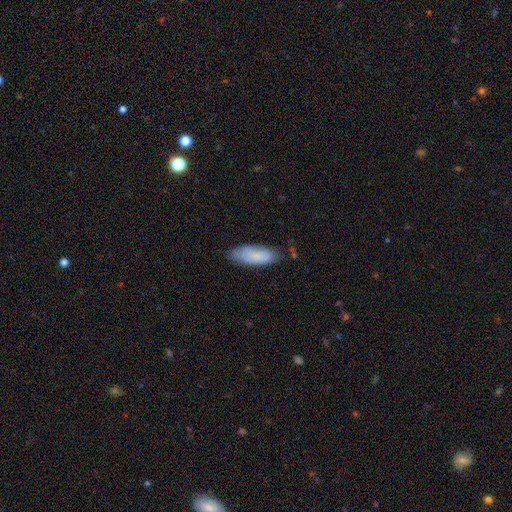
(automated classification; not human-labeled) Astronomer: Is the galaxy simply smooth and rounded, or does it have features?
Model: smooth — 83%.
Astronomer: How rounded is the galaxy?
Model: in between — 70%.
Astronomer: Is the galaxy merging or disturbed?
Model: none — 71%.